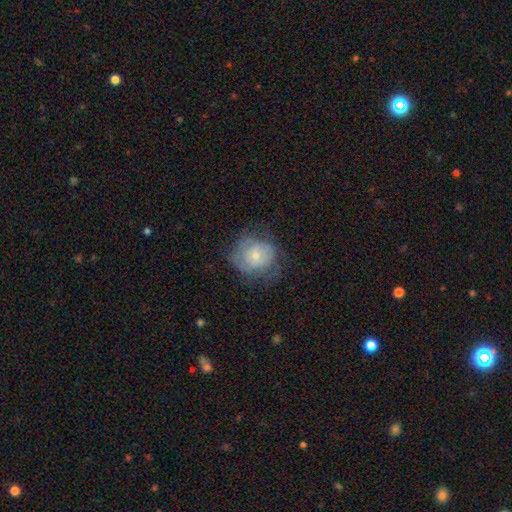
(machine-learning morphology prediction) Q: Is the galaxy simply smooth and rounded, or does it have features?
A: smooth — 49%.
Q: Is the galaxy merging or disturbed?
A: none — 53%.